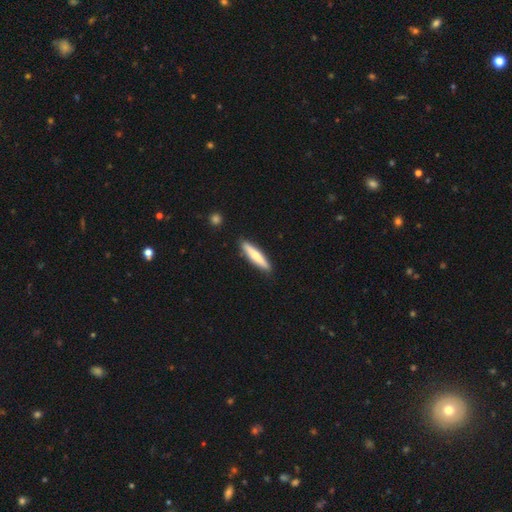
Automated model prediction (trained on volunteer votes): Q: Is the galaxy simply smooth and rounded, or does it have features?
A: smooth — 63%.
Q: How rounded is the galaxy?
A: cigar-shaped — 87%.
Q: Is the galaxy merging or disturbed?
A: none — 90%.